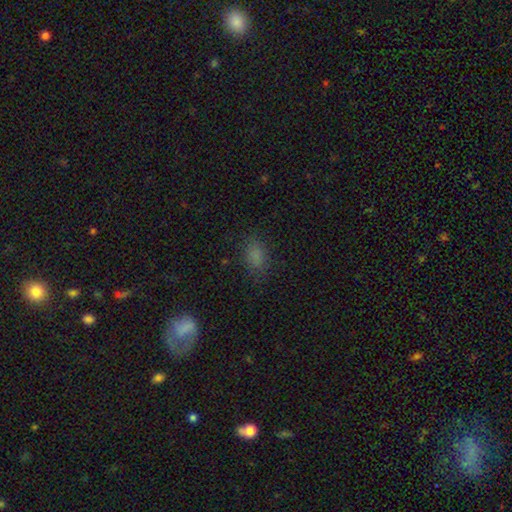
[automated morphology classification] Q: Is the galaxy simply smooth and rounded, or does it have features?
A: smooth — 78%.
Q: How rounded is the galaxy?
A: in between — 80%.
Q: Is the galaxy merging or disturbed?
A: none — 77%.